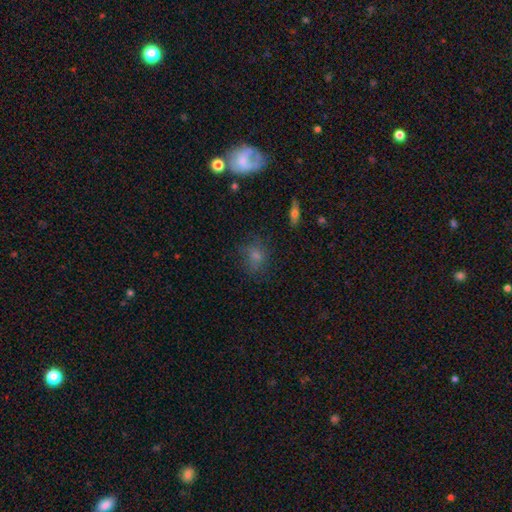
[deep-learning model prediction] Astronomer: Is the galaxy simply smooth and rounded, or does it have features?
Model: smooth — 67%.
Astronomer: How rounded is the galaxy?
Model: round — 59% (runner-up: in between, 38%).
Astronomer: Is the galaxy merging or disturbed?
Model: none — 68%.